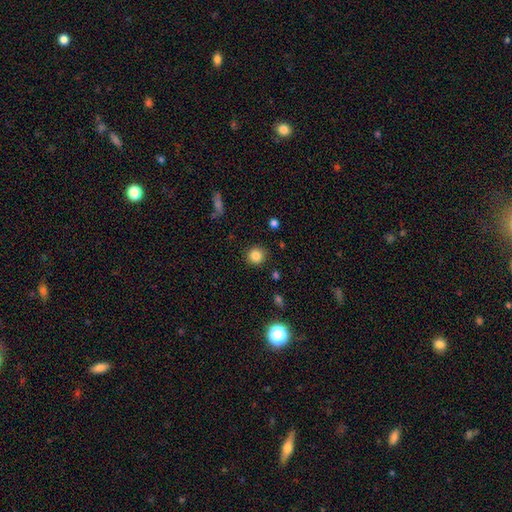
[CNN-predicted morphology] A smooth galaxy with no disk features (84%) that is round (93%). Merging: none (89%).